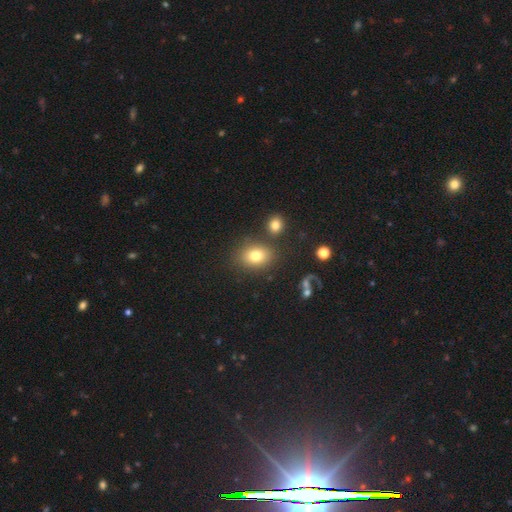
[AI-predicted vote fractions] Q: Smooth or featured?
A: smooth (78%); runner-up: star or artifact (12%)
Q: How rounded?
A: in between (57%); runner-up: round (42%)
Q: Merging?
A: none (77%); runner-up: minor disturbance (11%)